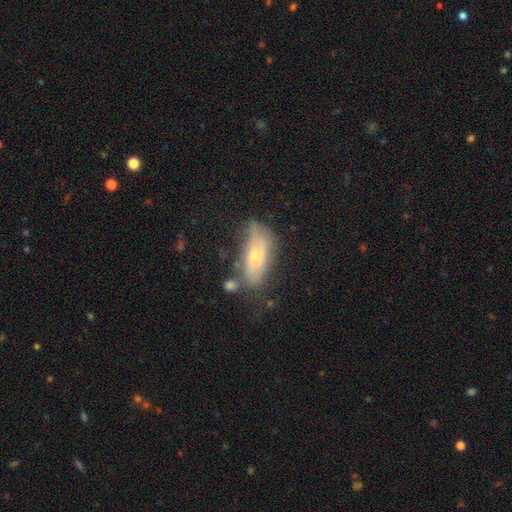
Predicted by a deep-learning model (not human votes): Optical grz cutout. It shows a smooth galaxy with no disk features (48%). Merging: none (50%).